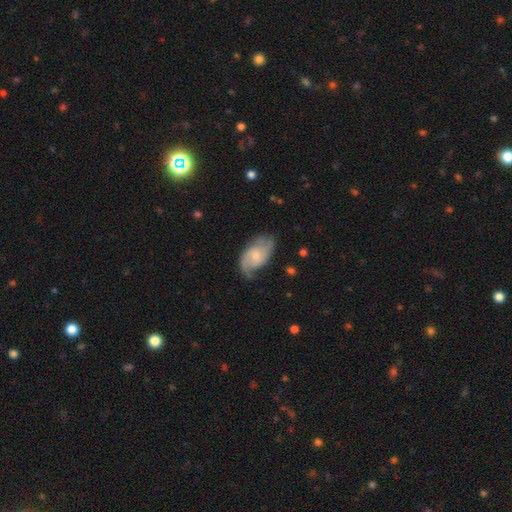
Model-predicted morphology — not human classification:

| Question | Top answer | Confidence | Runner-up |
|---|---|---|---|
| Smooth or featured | featured or disk | 70% | smooth (25%) |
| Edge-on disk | no | 96% | yes (4%) |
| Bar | no | 65% | weak (30%) |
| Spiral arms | yes | 91% | no (9%) |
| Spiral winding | medium | 43% | tight (29%) |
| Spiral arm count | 2 | 70% | can't tell (14%) |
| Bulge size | small | 52% | moderate (41%) |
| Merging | none | 63% | minor disturbance (25%) |